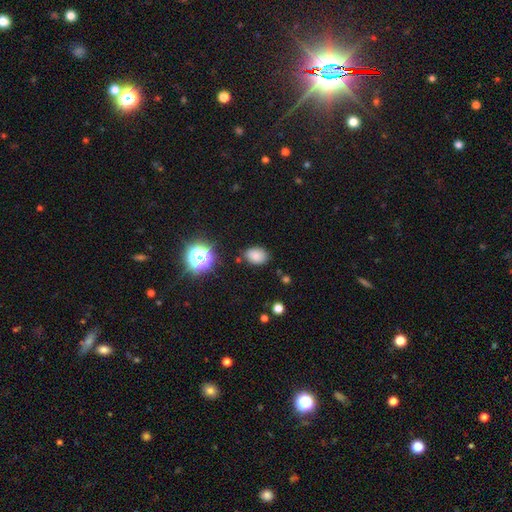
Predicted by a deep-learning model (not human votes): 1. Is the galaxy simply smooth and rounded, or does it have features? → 81% smooth, 14% star or artifact, 5% featured or disk.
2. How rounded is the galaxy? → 76% in between, 22% round, 1% cigar-shaped.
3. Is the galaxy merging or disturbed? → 81% none, 13% minor disturbance, 3% major disturbance, 2% merger.